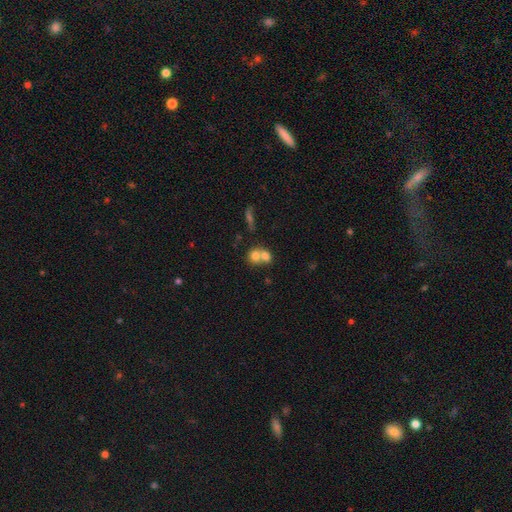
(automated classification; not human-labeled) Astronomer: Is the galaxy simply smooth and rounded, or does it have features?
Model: smooth — 71%.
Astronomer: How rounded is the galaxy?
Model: round — 68%.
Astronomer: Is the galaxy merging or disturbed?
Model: merger — 64%.